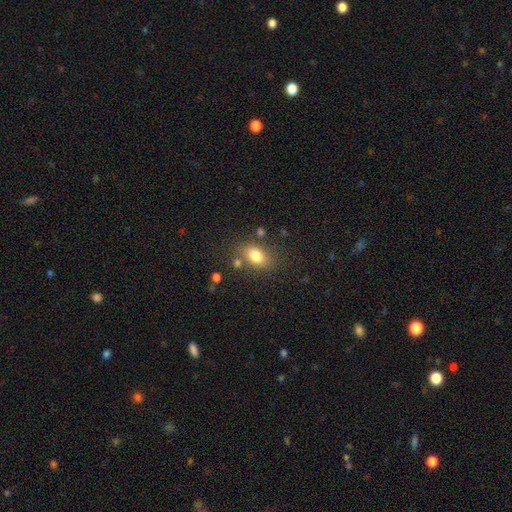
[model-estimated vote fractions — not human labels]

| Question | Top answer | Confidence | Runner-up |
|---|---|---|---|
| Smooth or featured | smooth | 80% | featured or disk (10%) |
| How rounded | in between | 79% | round (19%) |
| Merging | none | 72% | minor disturbance (15%) |